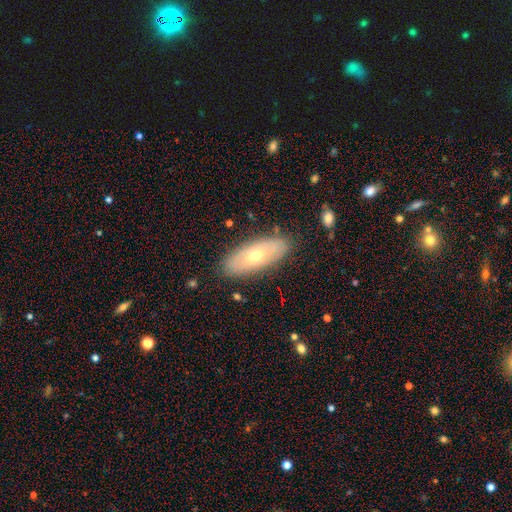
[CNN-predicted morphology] smooth_or_featured: smooth (p=0.52) [alt: featured or disk p=0.41]
how_rounded: in between (p=0.75) [alt: cigar-shaped p=0.22]
merging: none (p=0.86) [alt: minor disturbance p=0.10]